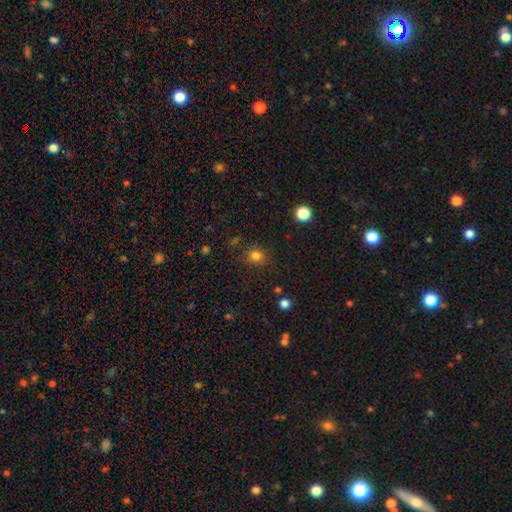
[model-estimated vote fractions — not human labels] This is likely a smooth galaxy (80%). How rounded: likely round (74%). Merging: likely none (78%).